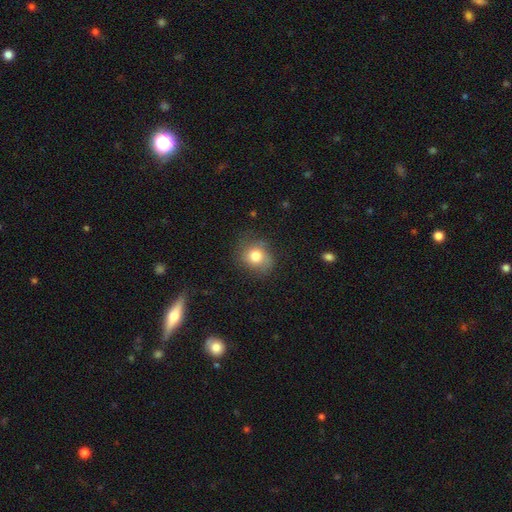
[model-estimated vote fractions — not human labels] Smooth or featured: smooth — 77% (featured or disk — 13%)
How rounded: round — 70% (in between — 29%)
Merging: none — 71% (minor disturbance — 20%)